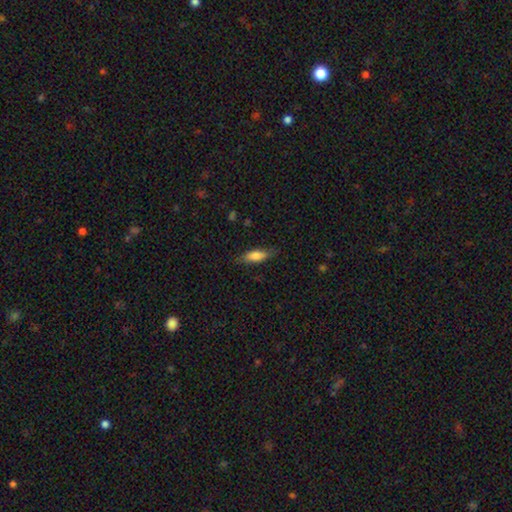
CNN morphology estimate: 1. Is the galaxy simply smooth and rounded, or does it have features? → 74% smooth, 19% featured or disk, 7% star or artifact.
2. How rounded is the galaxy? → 55% in between, 42% cigar-shaped, 2% round.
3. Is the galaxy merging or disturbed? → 79% none, 16% minor disturbance, 4% major disturbance, 1% merger.